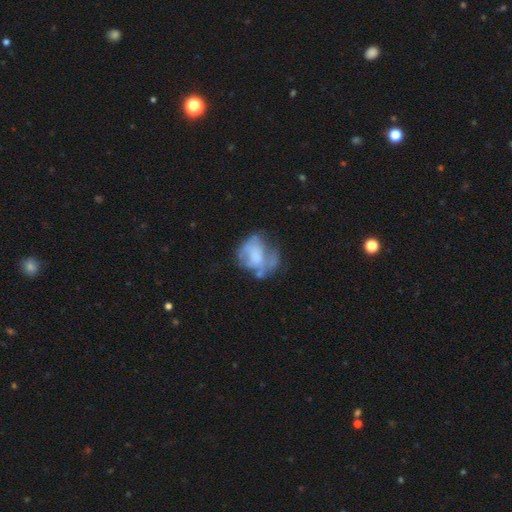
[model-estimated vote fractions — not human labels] Morphology: type=featured or disk (49%); merging=none (39%).